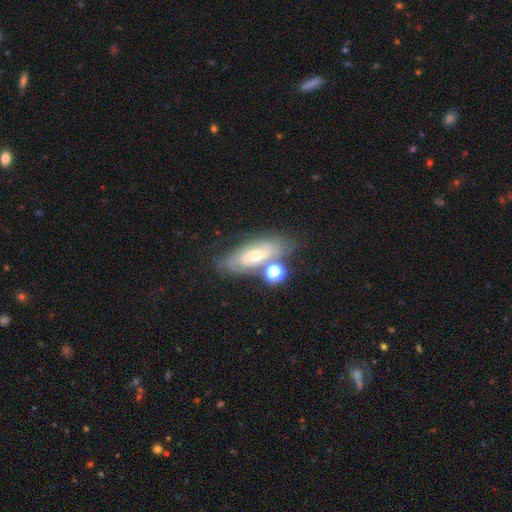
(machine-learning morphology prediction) smooth_or_featured: featured or disk (p=0.61) [alt: smooth p=0.28]
disk_edge_on: no (p=0.82) [alt: yes p=0.18]
bar: no (p=0.61) [alt: weak p=0.28]
has_spiral_arms: yes (p=0.71) [alt: no p=0.29]
bulge_size: moderate (p=0.55) [alt: small p=0.37]
merging: none (p=0.59) [alt: minor disturbance p=0.19]